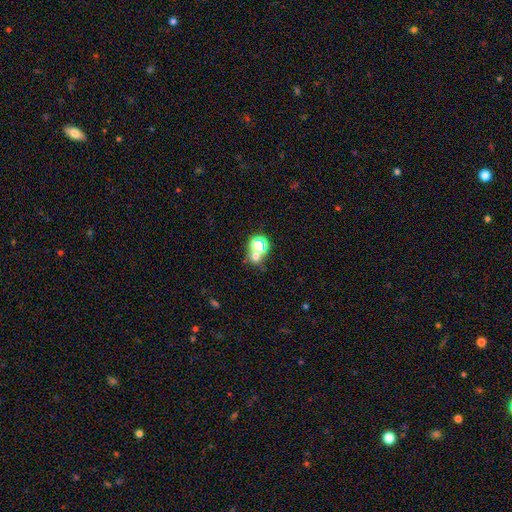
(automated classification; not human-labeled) A smooth galaxy with no disk features (53%) that is round (80%). Merging: none (56%).